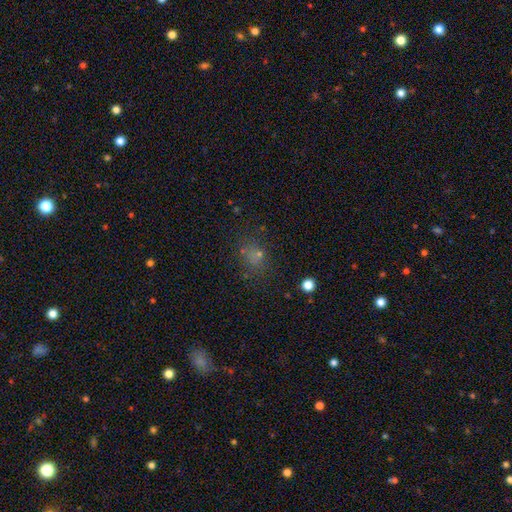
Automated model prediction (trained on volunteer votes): Smooth or featured? Predicted: smooth (p=0.58). How rounded? Predicted: round (p=0.54). Merging? Predicted: none (p=0.61).